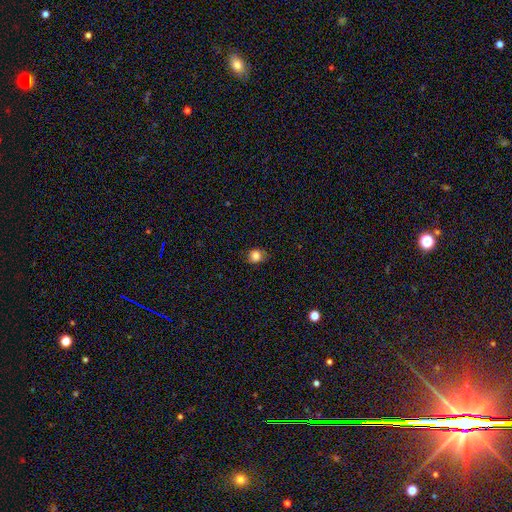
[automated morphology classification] Smooth or featured: smooth — 83% (star or artifact — 11%)
How rounded: round — 78% (in between — 21%)
Merging: none — 79% (minor disturbance — 16%)